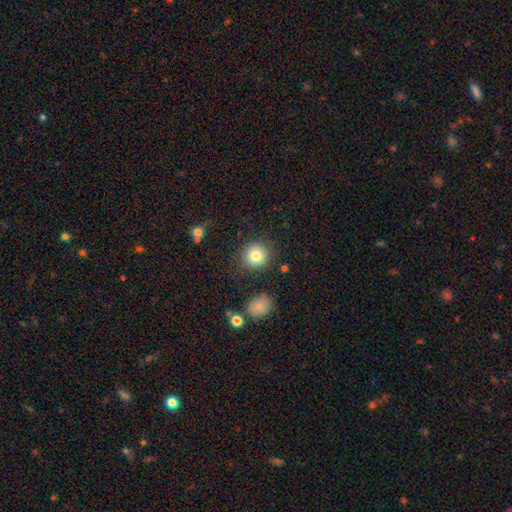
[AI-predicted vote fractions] Smooth or featured?
  - smooth: 82% *
  - star or artifact: 10%
  - featured or disk: 8%
How rounded?
  - round: 90% *
  - in between: 9%
  - cigar-shaped: 1%
Merging?
  - none: 84% *
  - minor disturbance: 9%
  - major disturbance: 4%
  - merger: 3%